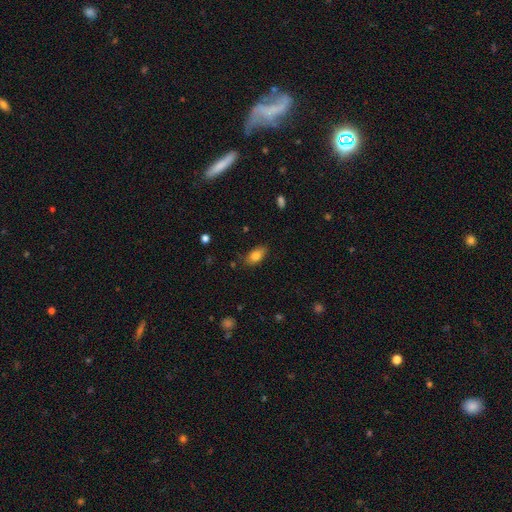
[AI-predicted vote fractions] Smooth or featured? smooth (80%)
How rounded? in between (89%)
Merging? none (82%)